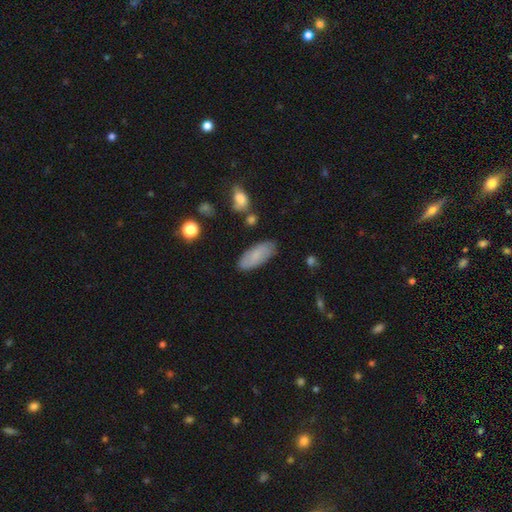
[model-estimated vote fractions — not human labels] A smooth galaxy with no disk features (75%) that is in between round and cigar-shaped (81%). Merging: none (82%).